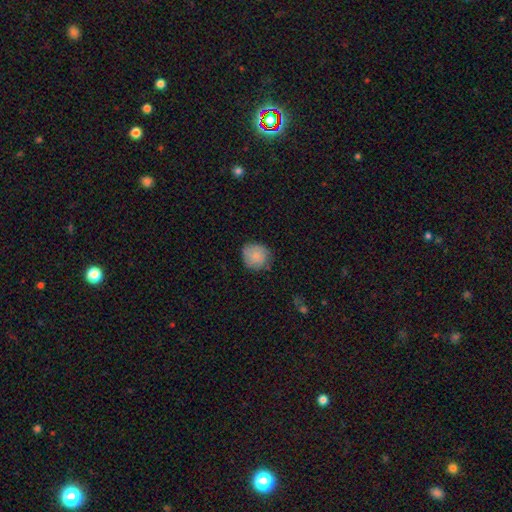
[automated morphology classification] Smooth or featured? Predicted: smooth (p=0.79). How rounded? Predicted: round (p=0.85). Merging? Predicted: none (p=0.73).